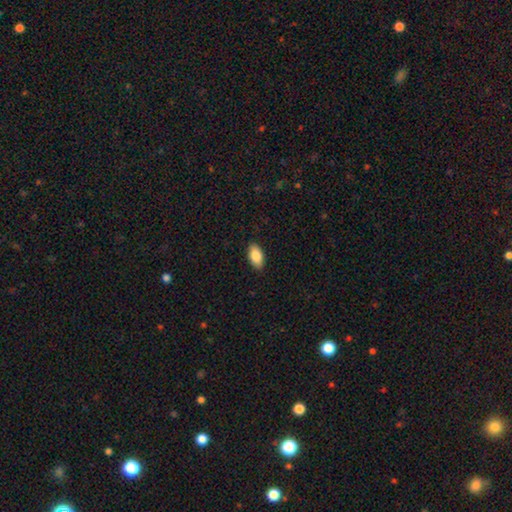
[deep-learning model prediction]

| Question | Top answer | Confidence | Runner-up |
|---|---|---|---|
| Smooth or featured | smooth | 87% | star or artifact (7%) |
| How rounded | in between | 94% | round (3%) |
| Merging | none | 89% | minor disturbance (8%) |